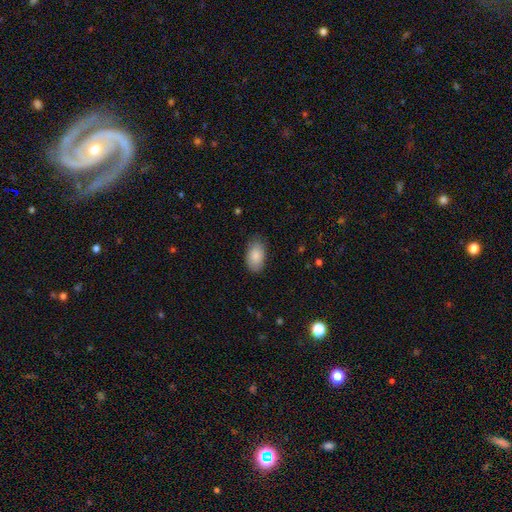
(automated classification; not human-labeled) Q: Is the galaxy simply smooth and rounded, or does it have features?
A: smooth — 87%.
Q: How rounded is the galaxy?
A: in between — 93%.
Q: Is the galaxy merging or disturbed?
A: none — 80%.